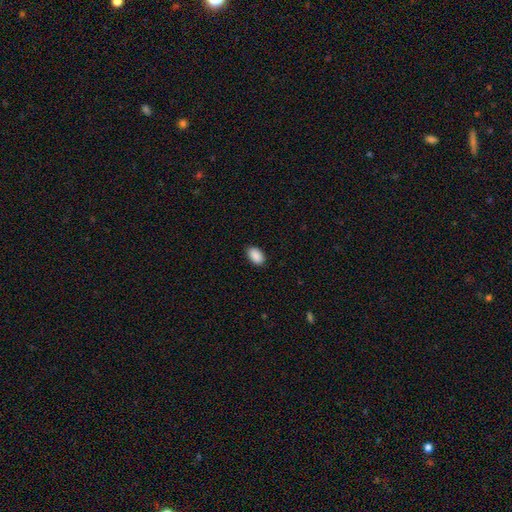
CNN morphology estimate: A smooth galaxy with no disk features (90%) that is in between round and cigar-shaped (93%). Merging: none (89%).